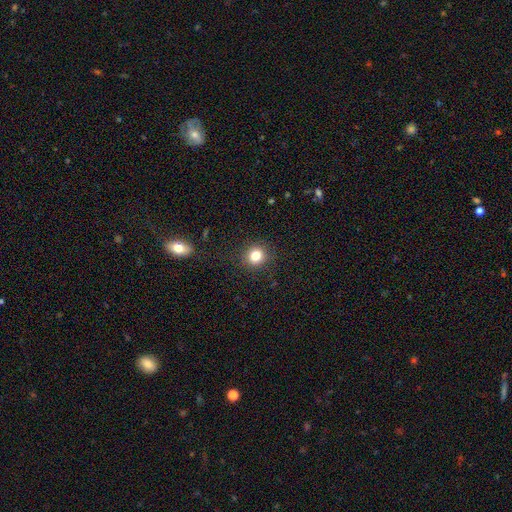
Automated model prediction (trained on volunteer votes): This appears to be a smooth galaxy with no disk features (81%) that is round (87%). Merging: none (89%).